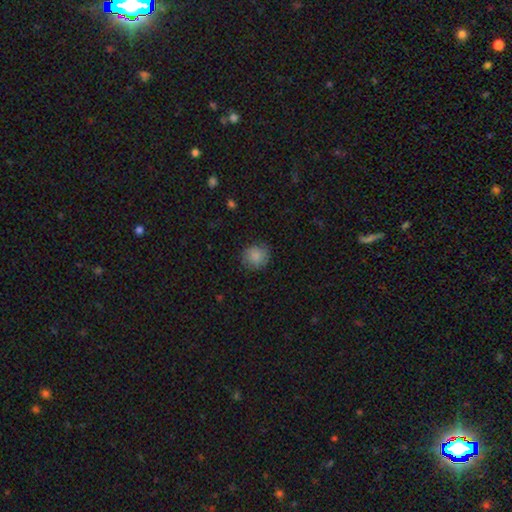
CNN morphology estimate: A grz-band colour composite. It shows a smooth galaxy with no disk features (85%) that is round (86%). Merging: none (81%).